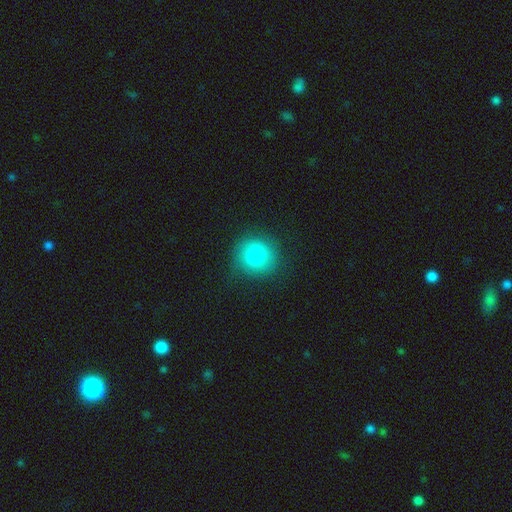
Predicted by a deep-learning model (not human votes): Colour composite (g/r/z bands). It shows a smooth galaxy with no disk features (81%) that is round (90%). Merging: none (78%).